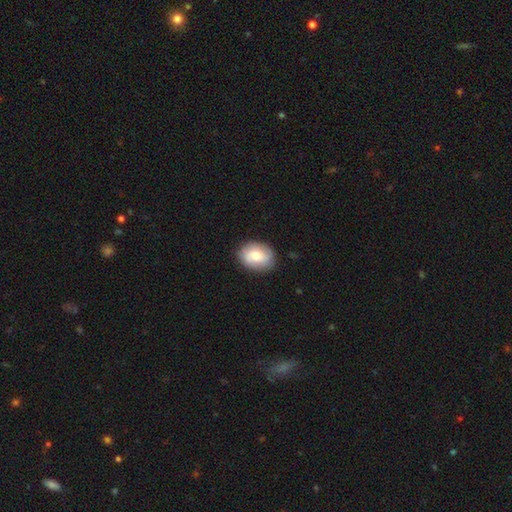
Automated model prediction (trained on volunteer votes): smooth_or_featured: smooth (p=0.66) [alt: featured or disk p=0.27]
how_rounded: in between (p=0.61) [alt: round p=0.38]
merging: none (p=0.84) [alt: minor disturbance p=0.12]